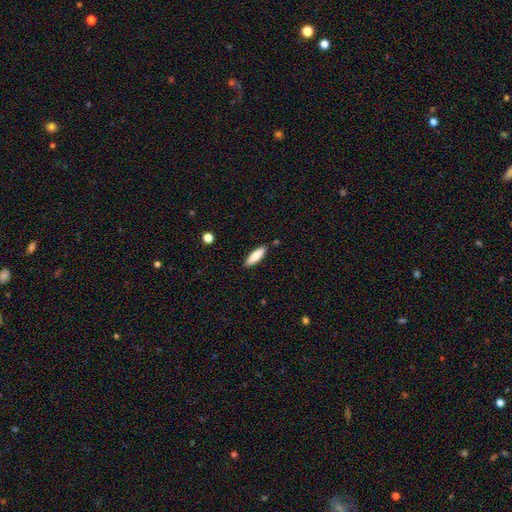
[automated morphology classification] A smooth galaxy with no disk features (83%) that is cigar-shaped (57%).

Vote fractions:
- Smooth or featured? smooth: 83% / featured or disk: 11% / star or artifact: 6%
- How rounded? cigar-shaped: 57% / in between: 41% / round: 2%
- Merging? none: 87% / minor disturbance: 9% / major disturbance: 2% / merger: 2%